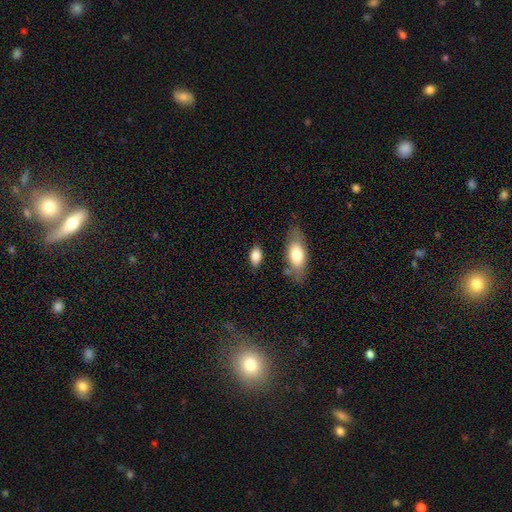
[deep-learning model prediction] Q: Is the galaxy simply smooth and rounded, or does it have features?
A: smooth — 85%.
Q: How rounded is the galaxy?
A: in between — 89%.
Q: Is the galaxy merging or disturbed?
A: none — 78%.